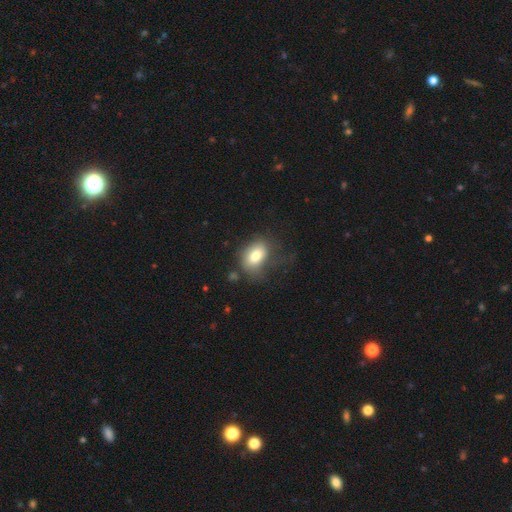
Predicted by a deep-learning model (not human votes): A smooth galaxy with no disk features (76%) that is in between round and cigar-shaped (79%).

Vote fractions:
- Smooth or featured? smooth: 76% / featured or disk: 15% / star or artifact: 9%
- How rounded? in between: 79% / round: 19% / cigar-shaped: 1%
- Merging? none: 49% / minor disturbance: 26% / major disturbance: 21% / merger: 4%